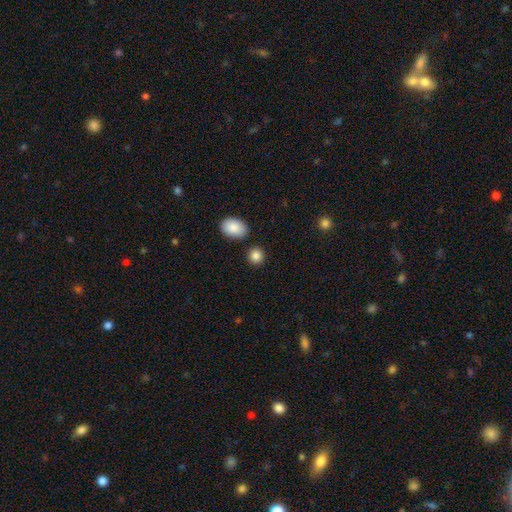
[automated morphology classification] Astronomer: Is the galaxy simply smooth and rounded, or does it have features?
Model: smooth — 87%.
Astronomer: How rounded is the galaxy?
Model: round — 76%.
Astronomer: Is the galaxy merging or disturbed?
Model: none — 83%.